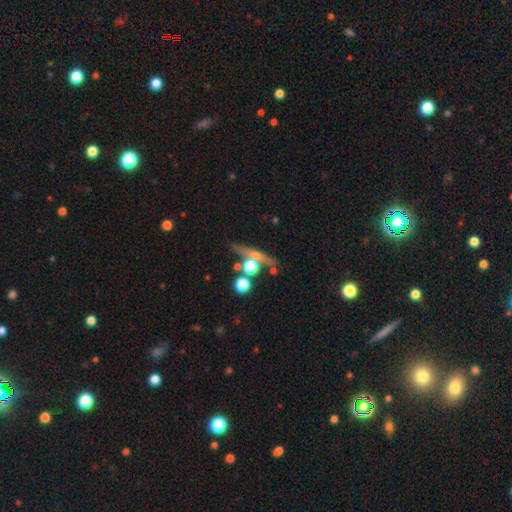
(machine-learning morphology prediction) A featured or disk galaxy (54%) viewed edge-on (87%). Merging: none (70%).